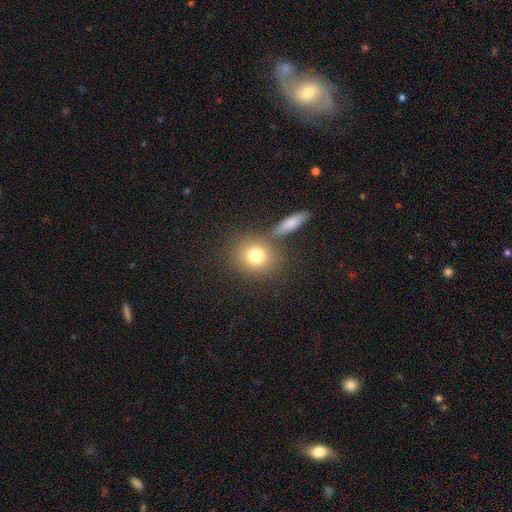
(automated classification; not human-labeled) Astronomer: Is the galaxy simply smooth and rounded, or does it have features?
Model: smooth — 78%.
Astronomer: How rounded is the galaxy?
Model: round — 75%.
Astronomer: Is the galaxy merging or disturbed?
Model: none — 71%.